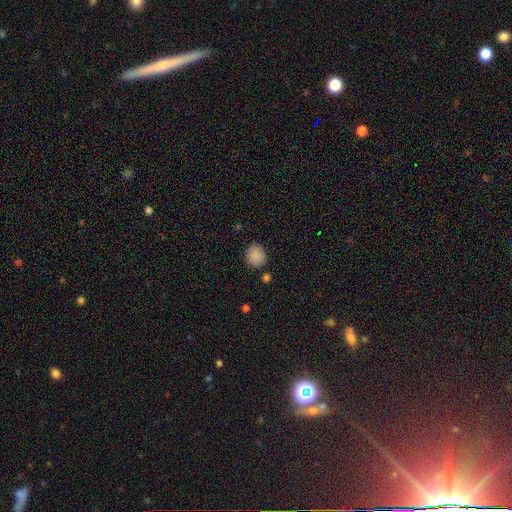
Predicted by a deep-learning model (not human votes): The model was most divided on "how rounded": round: 85%, in between: 14%, cigar-shaped: 1%. More confident: smooth or featured — smooth (88%); merging — none (86%).